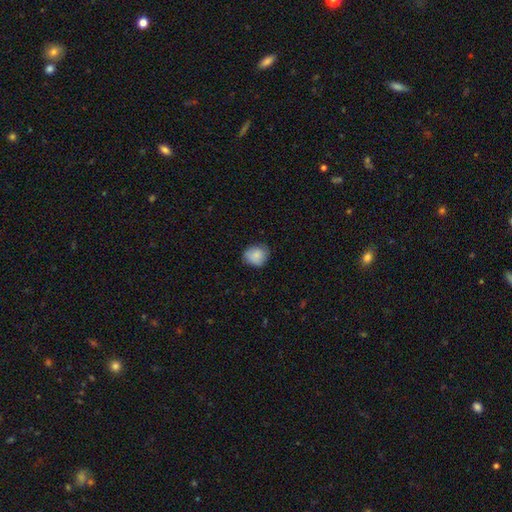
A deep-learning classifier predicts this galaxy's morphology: A smooth galaxy with no disk features (84%) that is round (73%). Merging: none (73%).